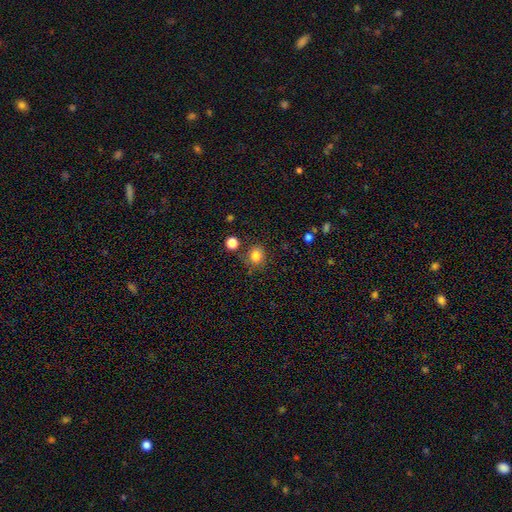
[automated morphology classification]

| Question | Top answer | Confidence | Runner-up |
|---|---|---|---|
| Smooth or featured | smooth | 82% | star or artifact (12%) |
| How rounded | round | 74% | in between (25%) |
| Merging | none | 76% | minor disturbance (13%) |